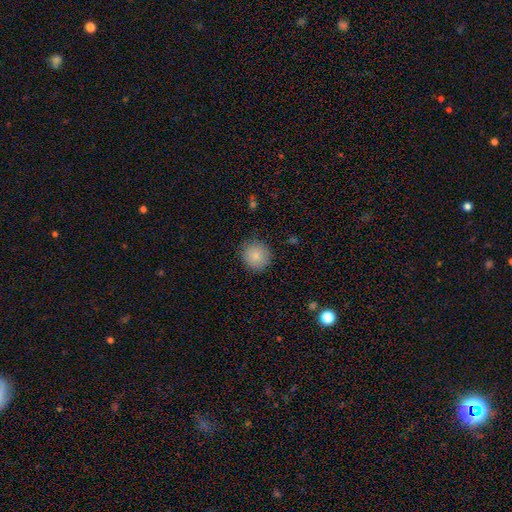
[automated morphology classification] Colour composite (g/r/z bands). It shows a smooth galaxy with no disk features (84%) that is round (92%). Merging: none (86%).